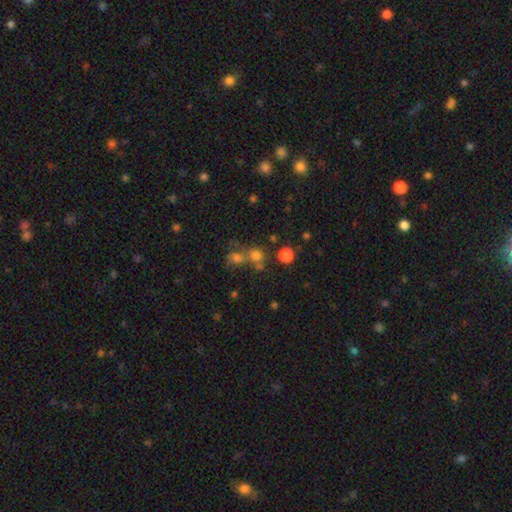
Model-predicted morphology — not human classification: A smooth galaxy with no disk features (70%) that is round (81%).

Vote fractions:
- Smooth or featured? smooth: 70% / star or artifact: 21% / featured or disk: 10%
- How rounded? round: 81% / in between: 18% / cigar-shaped: 1%
- Merging? none: 50% / merger: 38% / minor disturbance: 8% / major disturbance: 5%